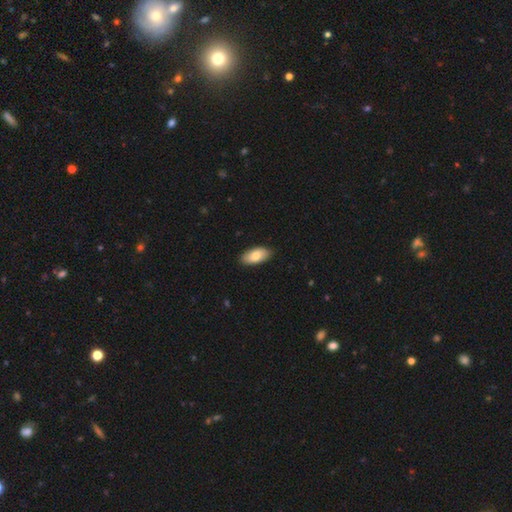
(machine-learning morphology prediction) type=smooth (79%); roundness=in between (92%); merging=none (88%).